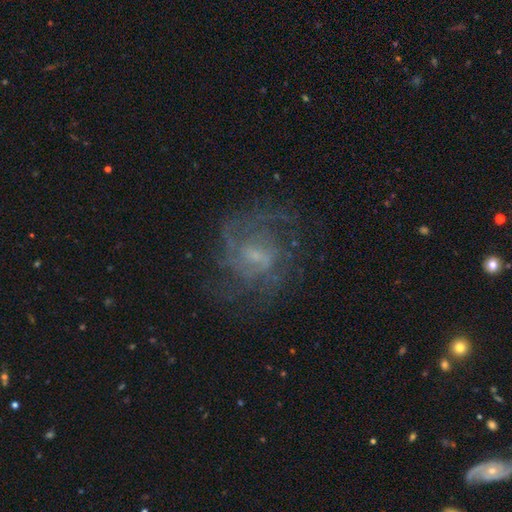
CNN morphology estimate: A featured or disk galaxy (78%) with a weak bar (50%), medium (45%) spiral arms (88%) and a small central bulge (61%). Merging: none (66%).